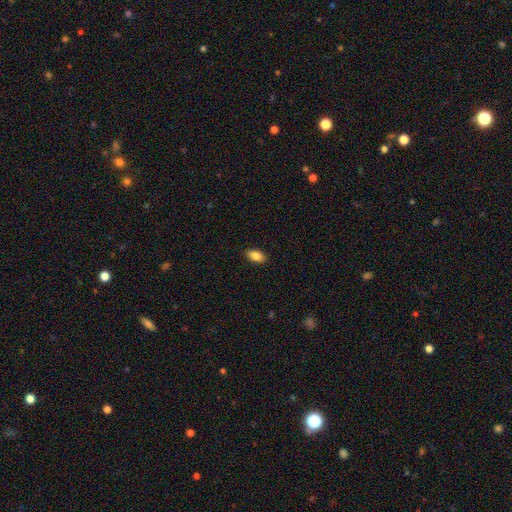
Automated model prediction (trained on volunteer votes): The model was most divided on "smooth or featured": smooth: 86%, star or artifact: 7%, featured or disk: 6%. More confident: how rounded — in between (92%); merging — none (88%).